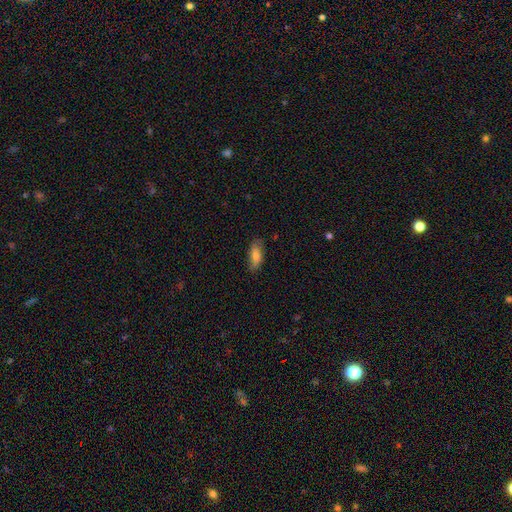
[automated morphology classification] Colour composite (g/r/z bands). It shows a smooth galaxy with no disk features (68%) that is in between round and cigar-shaped (79%). Merging: none (77%).